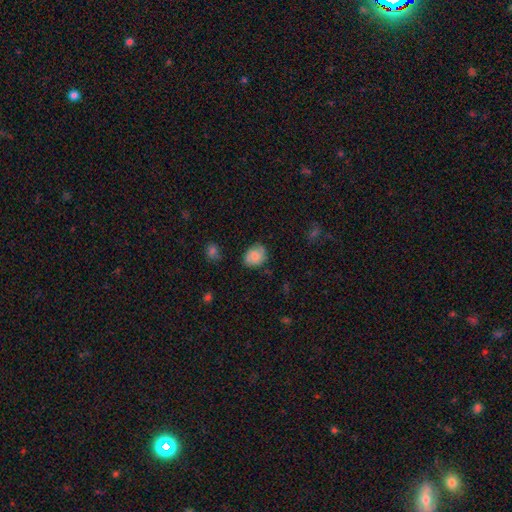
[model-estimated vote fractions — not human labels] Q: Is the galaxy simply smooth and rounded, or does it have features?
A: smooth — 73%.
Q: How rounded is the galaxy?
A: round — 52%.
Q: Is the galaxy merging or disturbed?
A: none — 67%.